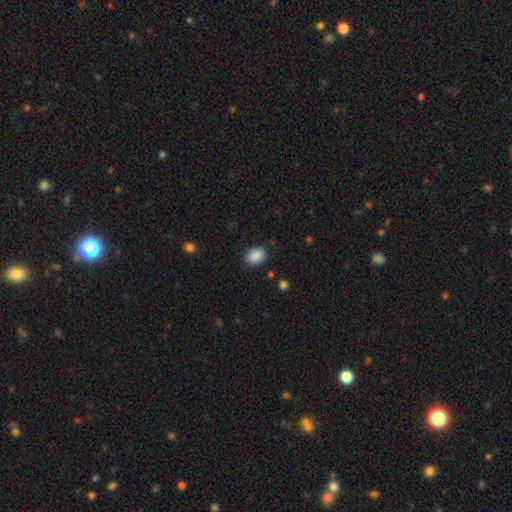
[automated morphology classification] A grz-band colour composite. It shows a smooth galaxy with no disk features (89%) that is in between round and cigar-shaped (73%). Merging: none (83%).